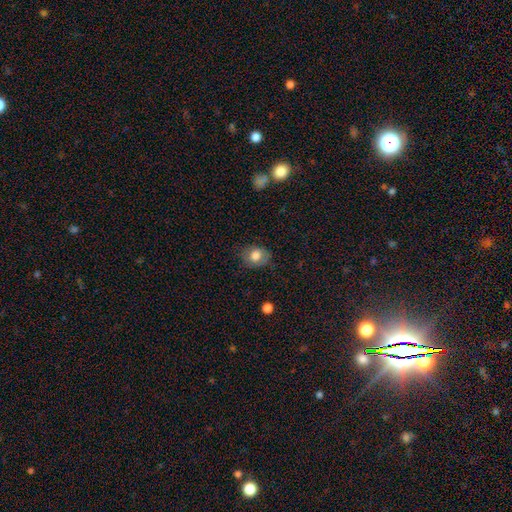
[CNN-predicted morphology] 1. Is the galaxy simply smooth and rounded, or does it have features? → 76% smooth, 15% featured or disk, 9% star or artifact.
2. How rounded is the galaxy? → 50% in between, 49% round, 1% cigar-shaped.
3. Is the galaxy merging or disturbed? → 74% none, 19% minor disturbance, 5% major disturbance, 1% merger.